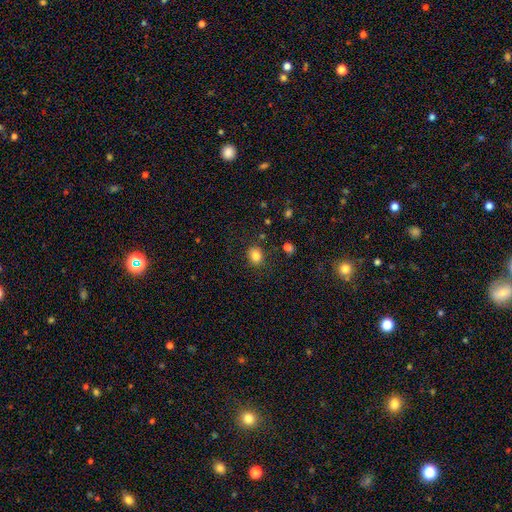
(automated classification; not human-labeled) Smooth or featured?
  - smooth: 83% *
  - star or artifact: 11%
  - featured or disk: 6%
How rounded?
  - round: 55% *
  - in between: 44%
  - cigar-shaped: 1%
Merging?
  - none: 83% *
  - minor disturbance: 11%
  - major disturbance: 3%
  - merger: 3%